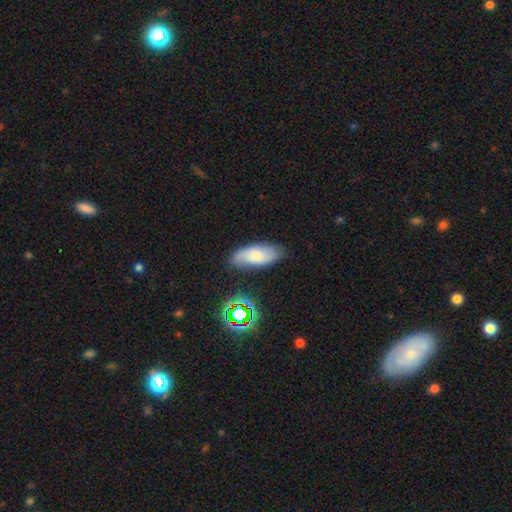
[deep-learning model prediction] smooth 56%, featured or disk 33%, star or artifact 10%. Down the decision tree: how rounded — in between (82%); merging — none (77%).